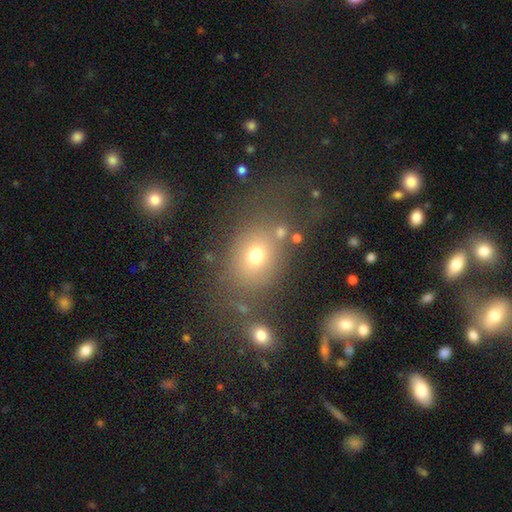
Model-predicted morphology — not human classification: type=smooth (70%); roundness=in between (56%); merging=none (67%).